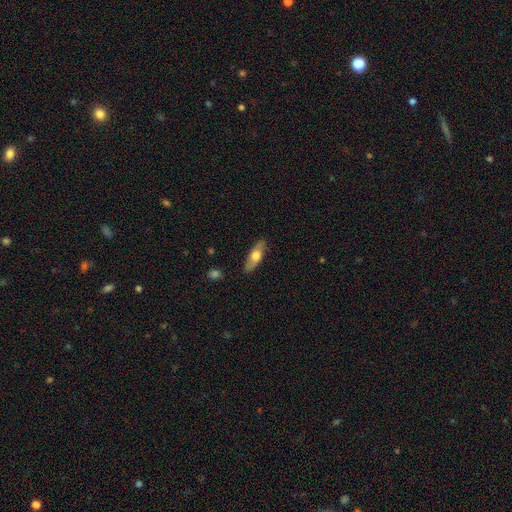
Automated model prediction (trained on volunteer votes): The model was most divided on "smooth or featured": smooth: 57%, featured or disk: 38%, star or artifact: 6%. More confident: merging — none (85%); how rounded — in between (60%).